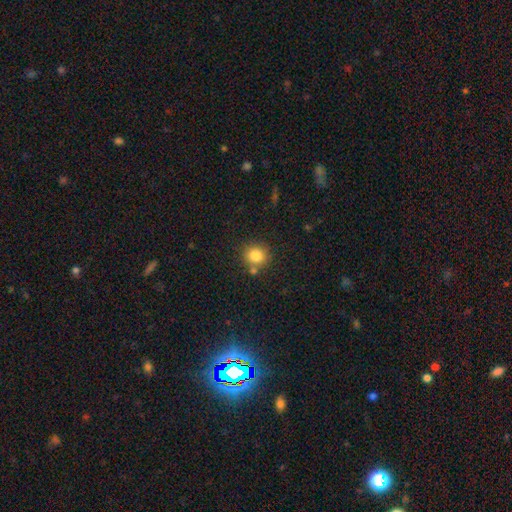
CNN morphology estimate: Overall: smooth (83%). How rounded: round (83%). Merging: none (75%).